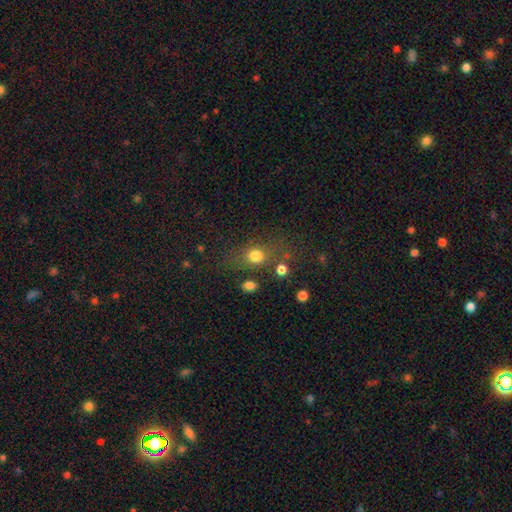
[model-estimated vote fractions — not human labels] smooth-or-featured: smooth: 76% | star or artifact: 14% | featured or disk: 11%
  how-rounded: round: 54% | in between: 42% | cigar-shaped: 3%
  merging: none: 63% | minor disturbance: 16% | major disturbance: 12% | merger: 9%